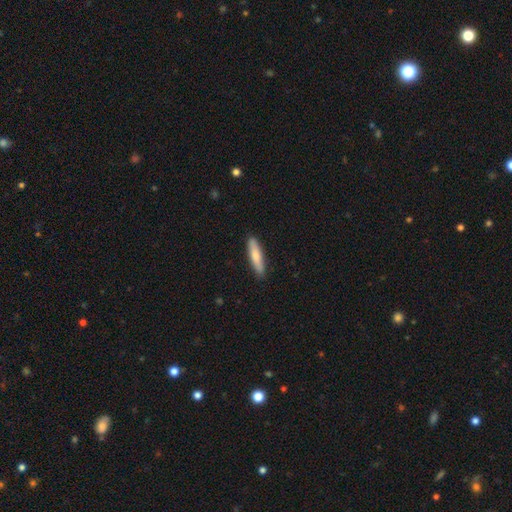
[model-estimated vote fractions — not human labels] This appears to be a smooth galaxy with no disk features (73%) that is cigar-shaped (79%). Merging: none (89%).